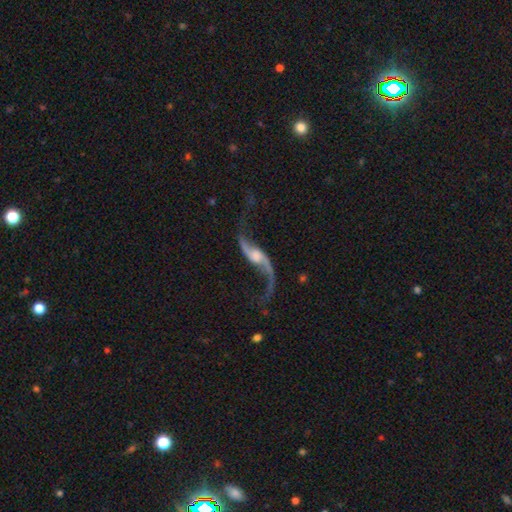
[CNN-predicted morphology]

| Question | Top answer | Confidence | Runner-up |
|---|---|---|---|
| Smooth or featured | featured or disk | 89% | smooth (6%) |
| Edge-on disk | no | 91% | yes (9%) |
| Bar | no | 51% | weak (34%) |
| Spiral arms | yes | 96% | no (4%) |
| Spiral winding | loose | 94% | medium (5%) |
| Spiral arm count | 2 | 93% | 1 (3%) |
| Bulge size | moderate | 37% | small (25%) |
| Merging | none | 65% | major disturbance (15%) |